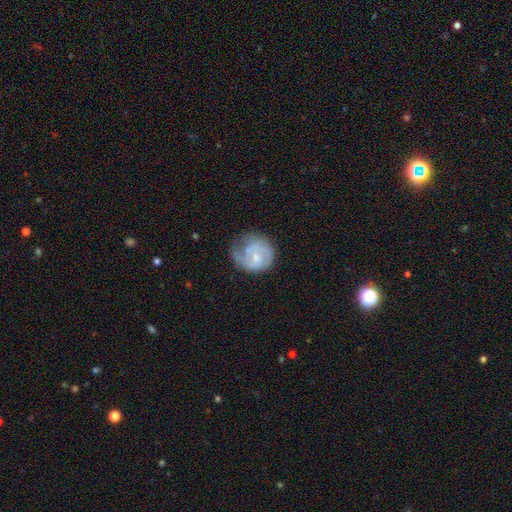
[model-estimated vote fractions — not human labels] Overall: featured or disk (60%; smooth 33%). Edge-on disk: no (98%). Bar: no (65%; weak 31%). Spiral arms: yes (79%). Bulge size: small (52%; moderate 37%). Merging: none (44%; minor disturbance 30%).